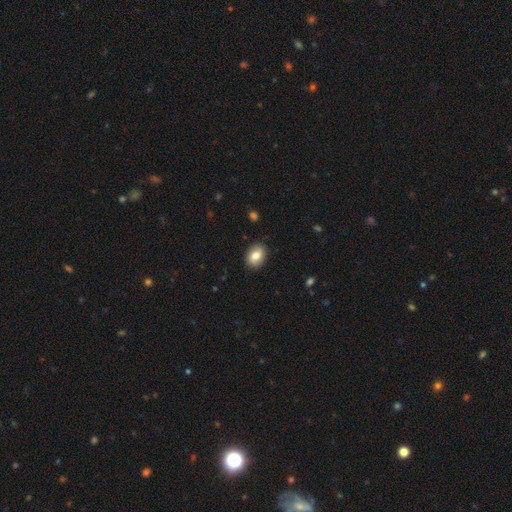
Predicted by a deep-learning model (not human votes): Smooth or featured: smooth — 80% (featured or disk — 13%)
How rounded: in between — 77% (round — 22%)
Merging: none — 86% (minor disturbance — 11%)